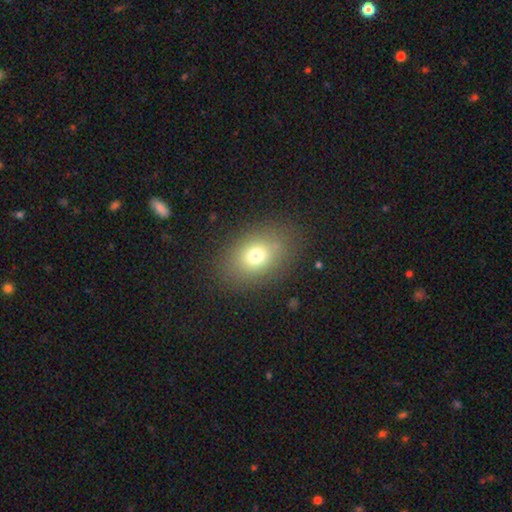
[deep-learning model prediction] Smooth or featured: smooth — 73% (star or artifact — 14%)
How rounded: in between — 66% (round — 33%)
Merging: none — 83% (minor disturbance — 10%)